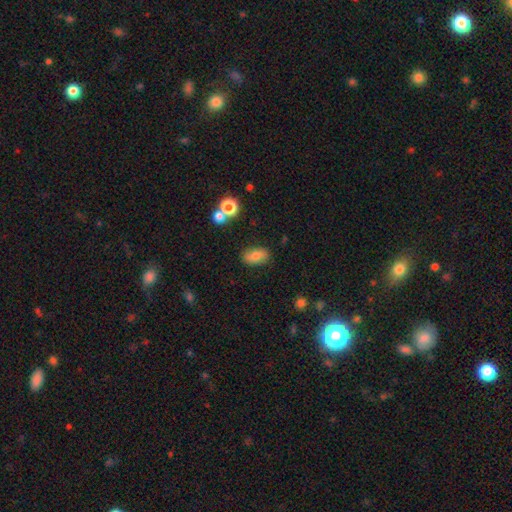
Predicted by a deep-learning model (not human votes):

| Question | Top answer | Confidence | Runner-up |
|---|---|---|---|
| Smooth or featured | smooth | 77% | featured or disk (14%) |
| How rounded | in between | 87% | round (8%) |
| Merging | none | 83% | minor disturbance (11%) |